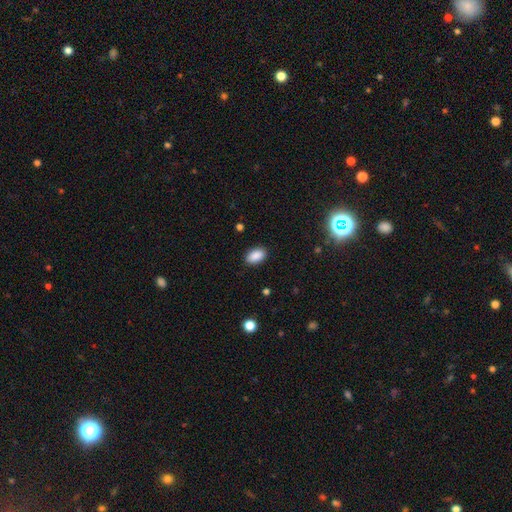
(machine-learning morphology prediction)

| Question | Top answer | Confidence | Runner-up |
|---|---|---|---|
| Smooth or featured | smooth | 89% | star or artifact (8%) |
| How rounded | in between | 92% | round (6%) |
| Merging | none | 87% | minor disturbance (10%) |